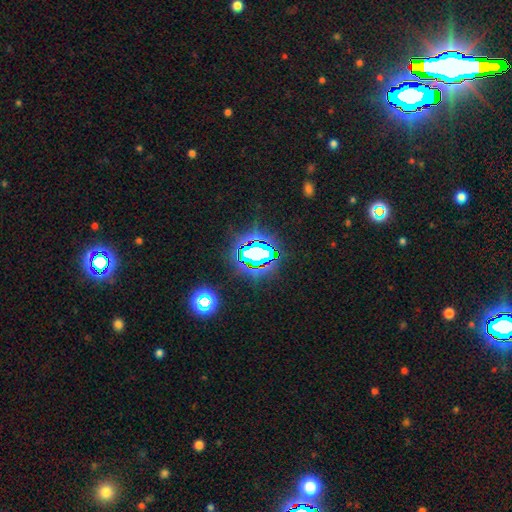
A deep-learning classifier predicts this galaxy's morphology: The model was most divided on "smooth or featured": star or artifact: 69%, smooth: 17%, featured or disk: 14%.